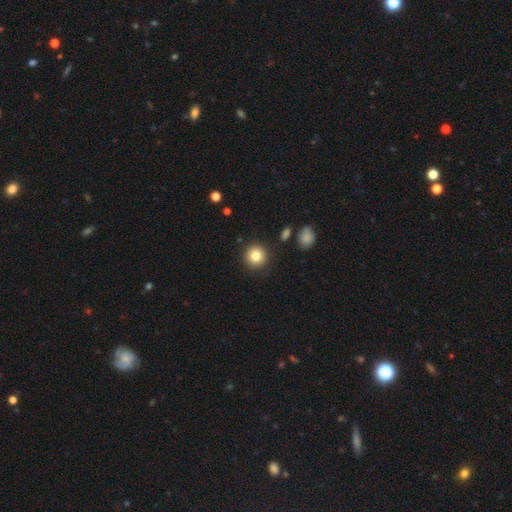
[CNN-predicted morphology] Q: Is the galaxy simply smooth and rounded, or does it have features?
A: smooth — 82%.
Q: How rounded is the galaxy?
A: round — 93%.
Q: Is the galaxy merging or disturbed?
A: none — 89%.